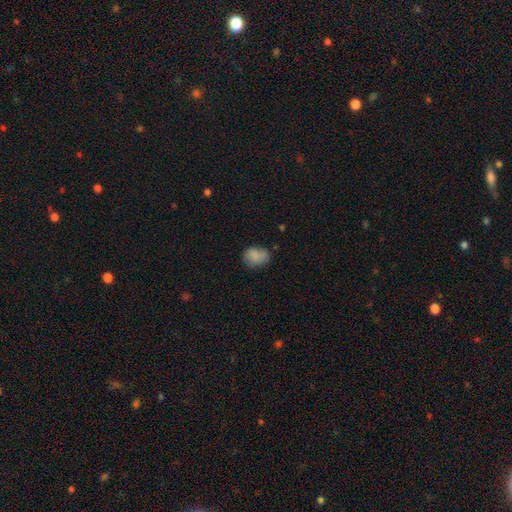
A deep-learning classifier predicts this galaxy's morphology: Q: Smooth or featured?
A: smooth (81%); runner-up: featured or disk (10%)
Q: How rounded?
A: in between (60%); runner-up: round (39%)
Q: Merging?
A: none (64%); runner-up: minor disturbance (27%)